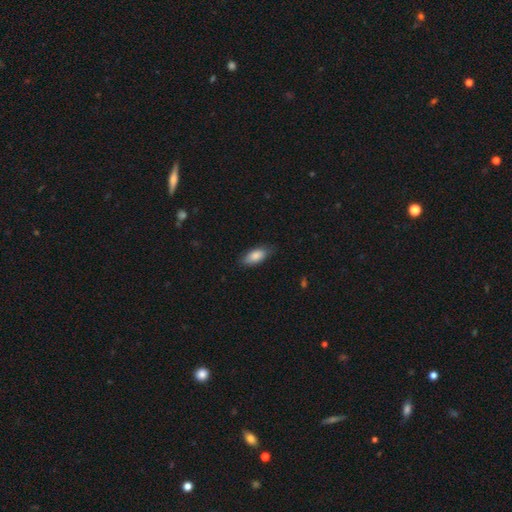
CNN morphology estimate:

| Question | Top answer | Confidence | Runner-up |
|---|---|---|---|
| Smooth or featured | smooth | 85% | featured or disk (9%) |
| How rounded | in between | 87% | cigar-shaped (10%) |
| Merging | none | 79% | minor disturbance (17%) |